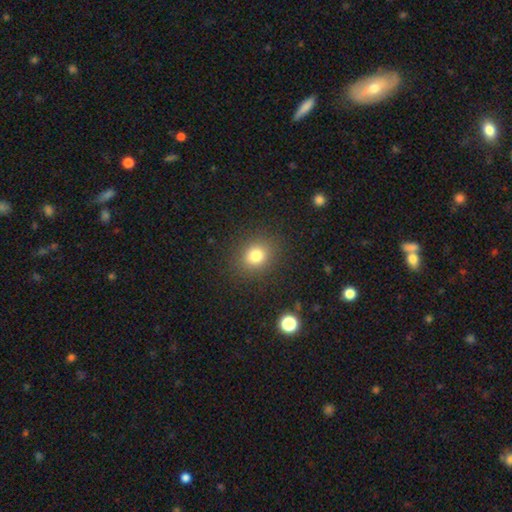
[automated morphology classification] Q: Smooth or featured?
A: smooth (78%); runner-up: star or artifact (14%)
Q: How rounded?
A: round (70%); runner-up: in between (29%)
Q: Merging?
A: none (88%); runner-up: minor disturbance (8%)